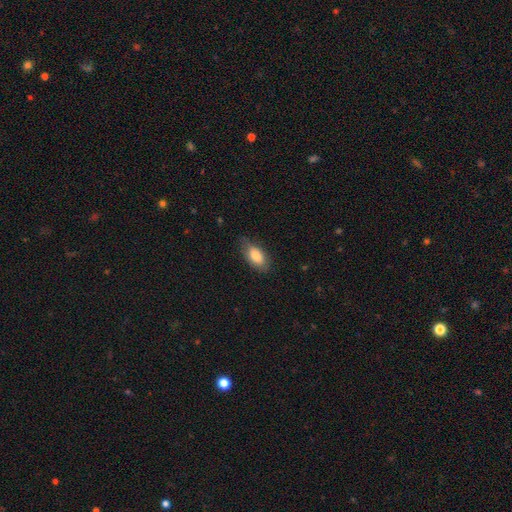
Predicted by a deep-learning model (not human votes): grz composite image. It shows a smooth galaxy with no disk features (82%) that is in between round and cigar-shaped (90%). Merging: none (73%).